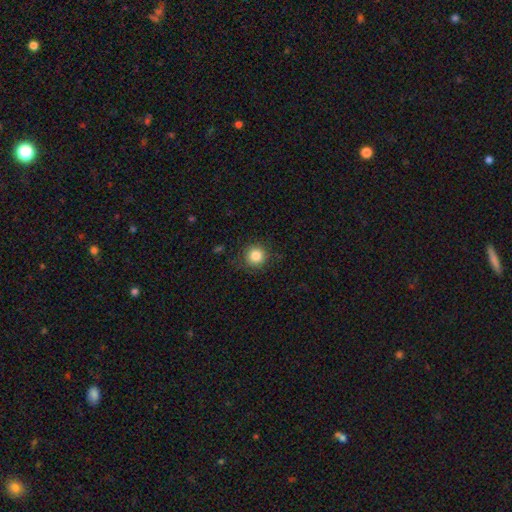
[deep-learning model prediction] Overall: smooth (84%). How rounded: round (93%). Merging: none (86%).